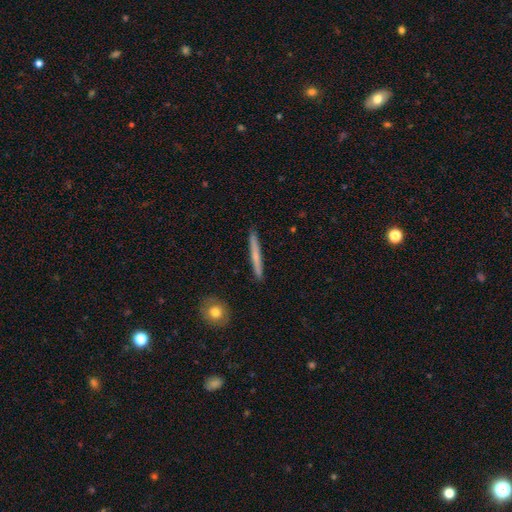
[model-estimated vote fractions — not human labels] This appears to be a smooth galaxy with no disk features (54%) that is cigar-shaped (96%). Merging: none (91%).